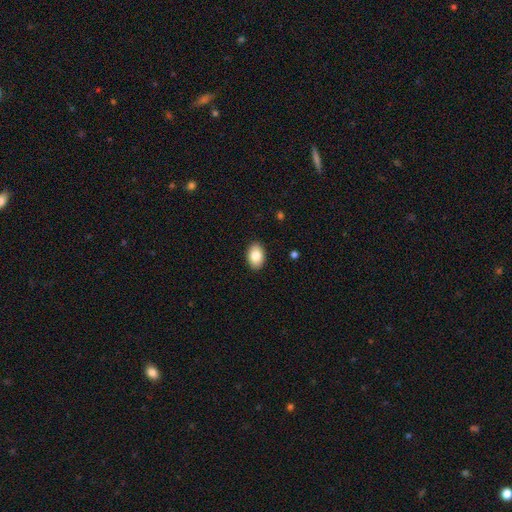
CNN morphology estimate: smooth 84%, featured or disk 9%, star or artifact 7%. Down the decision tree: how rounded — in between (87%); merging — none (90%).